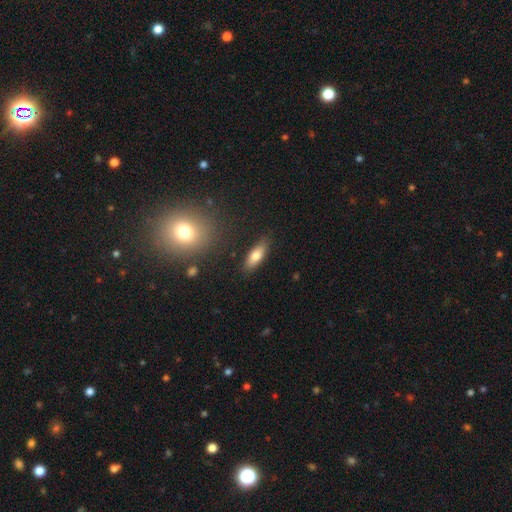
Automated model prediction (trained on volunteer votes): Morphology: type=smooth (75%); roundness=in between (64%); merging=none (84%).